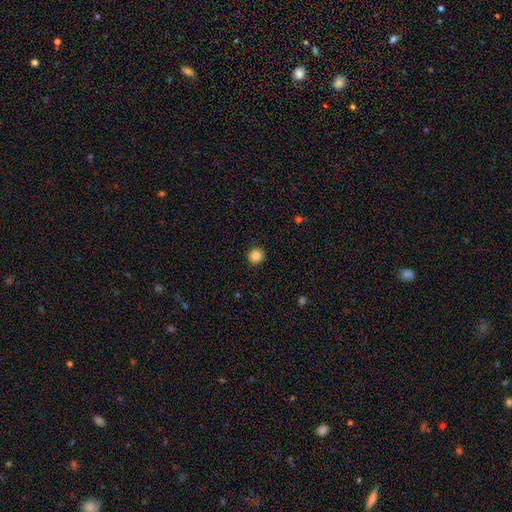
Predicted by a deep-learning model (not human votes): A smooth galaxy with no disk features (85%) that is round (92%). Merging: none (92%).